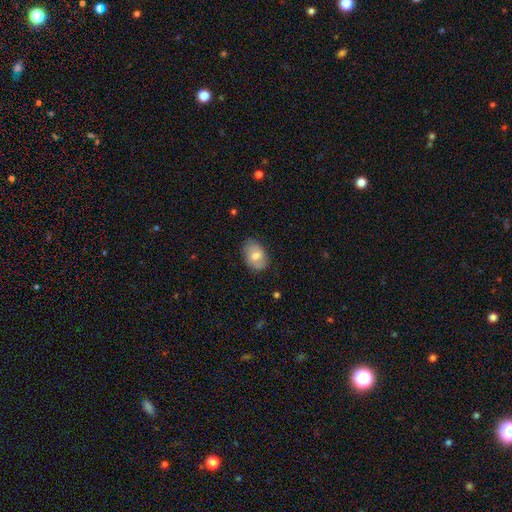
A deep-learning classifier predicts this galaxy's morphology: Smooth or featured? Predicted: smooth (p=0.63). How rounded? Predicted: in between (p=0.82). Merging? Predicted: none (p=0.78).